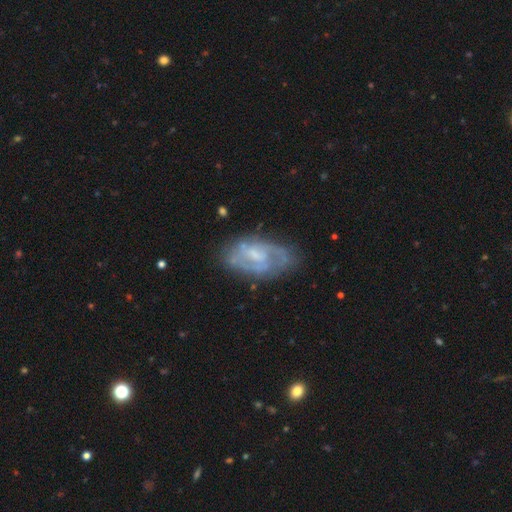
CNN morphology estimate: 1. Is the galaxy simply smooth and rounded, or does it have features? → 74% featured or disk, 19% smooth, 7% star or artifact.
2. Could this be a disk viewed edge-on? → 95% no, 5% yes.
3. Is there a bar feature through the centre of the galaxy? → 48% weak, 42% no, 10% strong.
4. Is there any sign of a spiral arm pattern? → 78% yes, 22% no.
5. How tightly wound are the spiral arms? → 42% medium, 40% tight, 18% loose.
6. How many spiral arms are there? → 45% 2, 36% can't tell, 8% 3, 7% 1, 2% 4, 2% more than 4.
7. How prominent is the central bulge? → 43% small, 31% moderate, 22% none, 3% large, 1% dominant.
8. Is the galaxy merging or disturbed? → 66% none, 21% minor disturbance, 10% major disturbance, 3% merger.